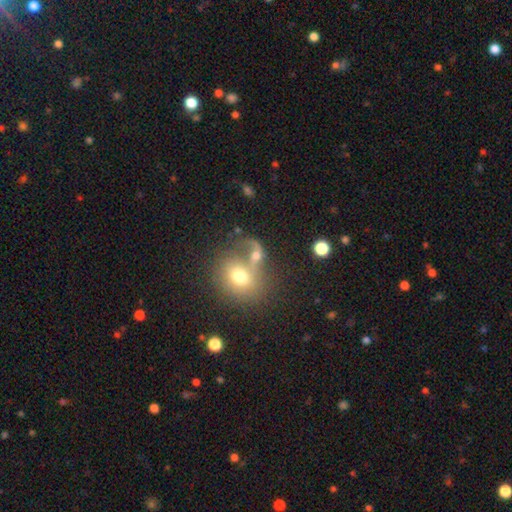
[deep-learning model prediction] This is possibly a smooth galaxy (54%). How rounded: possibly round (49%). Merging: possibly merger (56%).